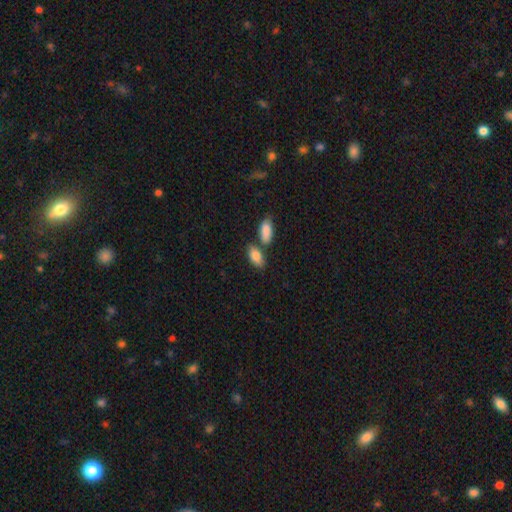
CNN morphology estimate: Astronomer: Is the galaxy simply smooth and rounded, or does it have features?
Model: smooth — 85%.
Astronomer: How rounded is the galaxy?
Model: in between — 90%.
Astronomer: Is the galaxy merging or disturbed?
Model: none — 55%.